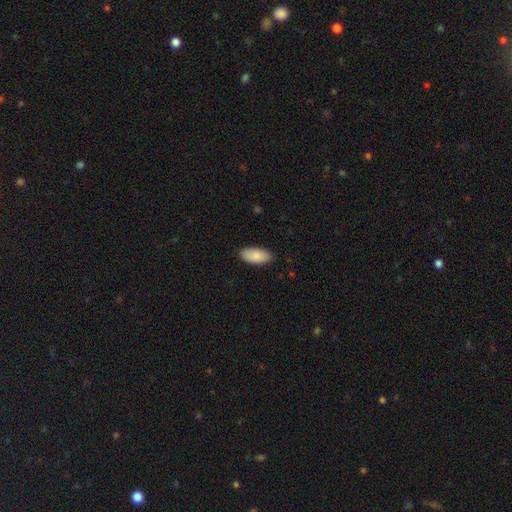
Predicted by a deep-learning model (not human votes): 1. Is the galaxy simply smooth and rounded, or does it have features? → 88% smooth, 6% featured or disk, 6% star or artifact.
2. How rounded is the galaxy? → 91% in between, 7% cigar-shaped, 2% round.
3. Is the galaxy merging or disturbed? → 87% none, 10% minor disturbance, 2% major disturbance, 1% merger.